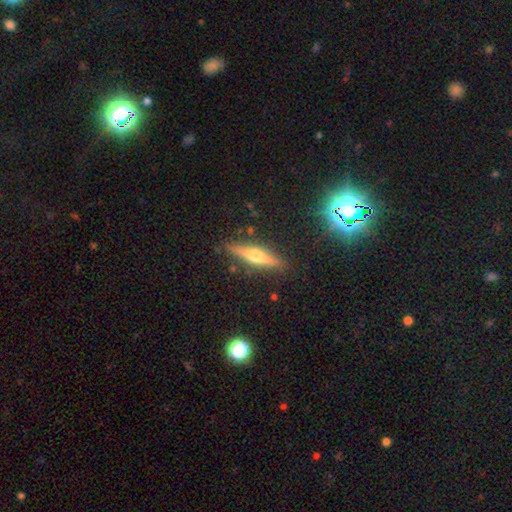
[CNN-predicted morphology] smooth_or_featured: featured or disk (p=0.60) [alt: smooth p=0.32]
disk_edge_on: yes (p=0.95) [alt: no p=0.05]
edge_on_bulge: rounded (p=0.91) [alt: none p=0.05]
merging: none (p=0.87) [alt: minor disturbance p=0.09]